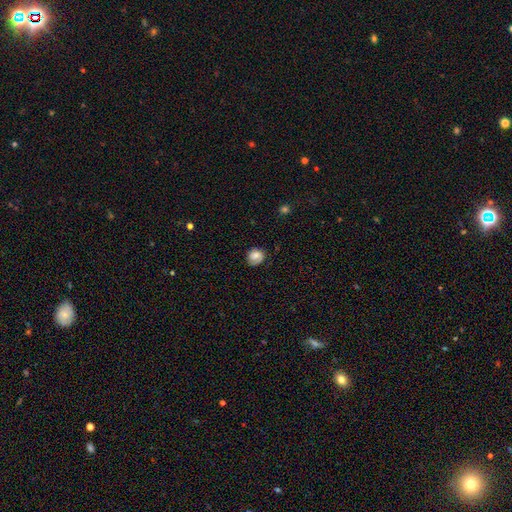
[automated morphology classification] This is likely a smooth galaxy (67%). How rounded: likely round (74%). Merging: likely none (69%).